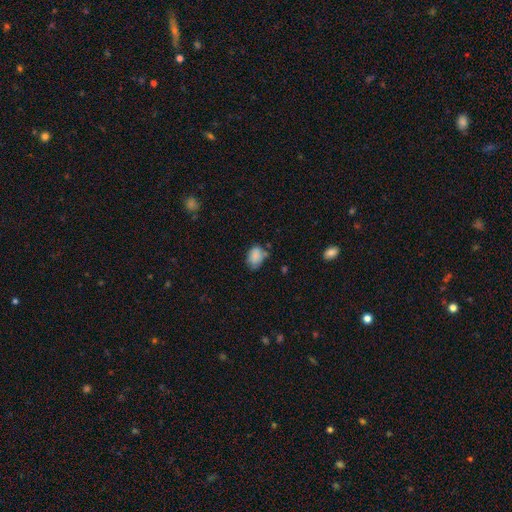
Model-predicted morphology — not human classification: Smooth or featured: smooth — 83% (star or artifact — 9%)
How rounded: in between — 79% (round — 20%)
Merging: none — 54% (minor disturbance — 32%)